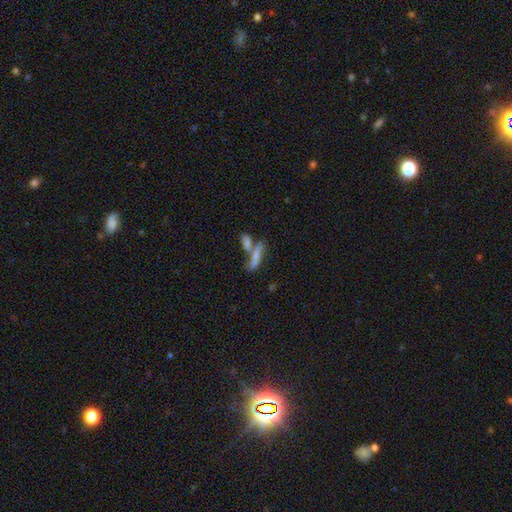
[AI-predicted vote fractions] smooth_or_featured: smooth (p=0.60) [alt: featured or disk p=0.30]
how_rounded: cigar-shaped (p=0.71) [alt: in between p=0.26]
merging: merger (p=0.47) [alt: none p=0.37]